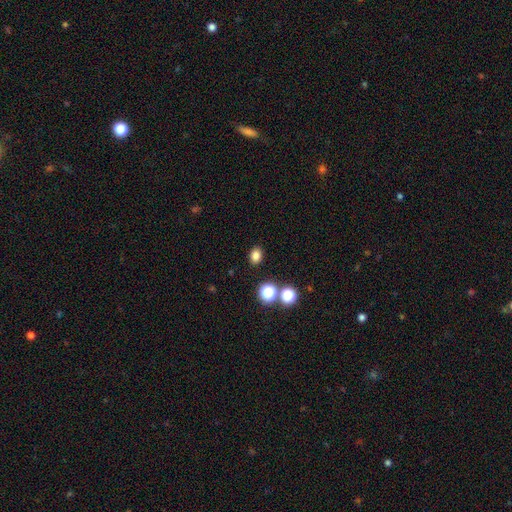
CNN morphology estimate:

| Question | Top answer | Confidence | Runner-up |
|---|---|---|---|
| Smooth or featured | smooth | 81% | star or artifact (15%) |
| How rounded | in between | 57% | round (42%) |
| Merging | none | 88% | minor disturbance (7%) |